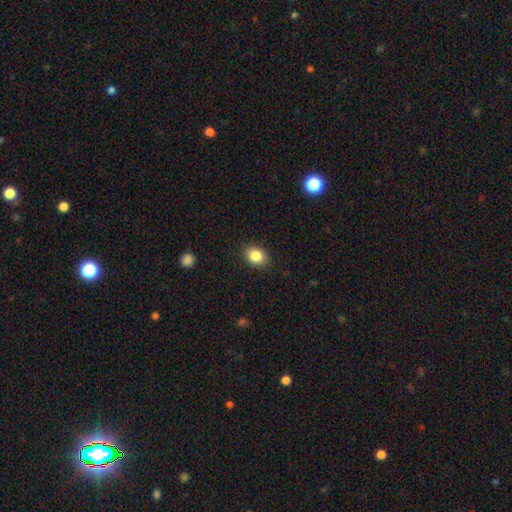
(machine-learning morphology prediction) The model was most divided on "how rounded": in between: 61%, round: 38%, cigar-shaped: 1%. More confident: merging — none (88%); smooth or featured — smooth (85%).